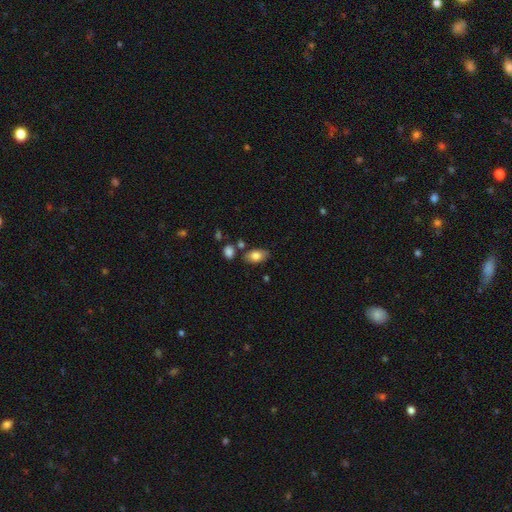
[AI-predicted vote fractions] Smooth or featured? smooth (81%)
How rounded? in between (91%)
Merging? none (76%)